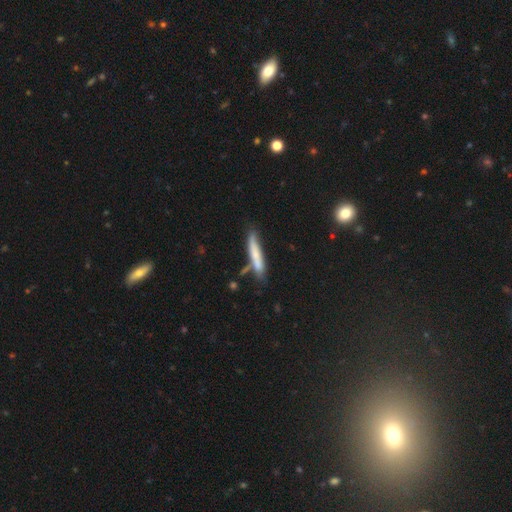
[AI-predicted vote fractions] Morphology: type=smooth (64%); roundness=cigar-shaped (90%); merging=none (64%).